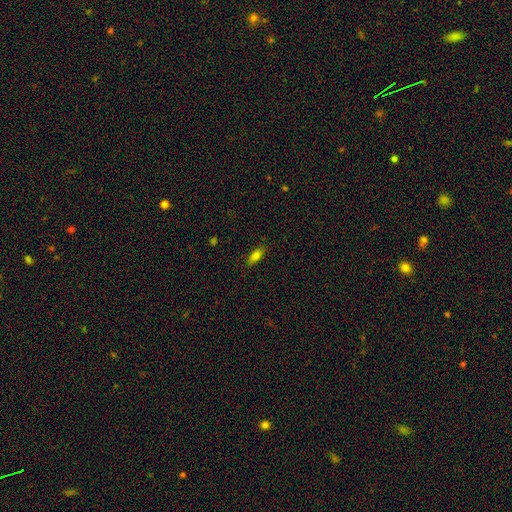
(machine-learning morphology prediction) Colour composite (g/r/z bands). It shows a smooth galaxy with no disk features (78%) that is in between round and cigar-shaped (76%). Merging: none (85%).